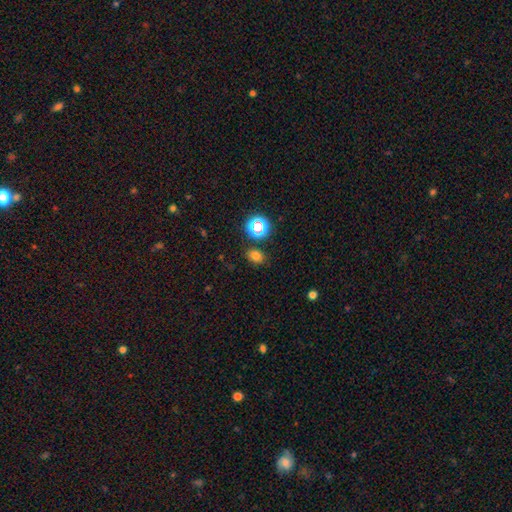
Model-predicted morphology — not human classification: smooth_or_featured: smooth (p=0.72) [alt: star or artifact p=0.21]
how_rounded: in between (p=0.60) [alt: round p=0.38]
merging: none (p=0.82) [alt: minor disturbance p=0.11]